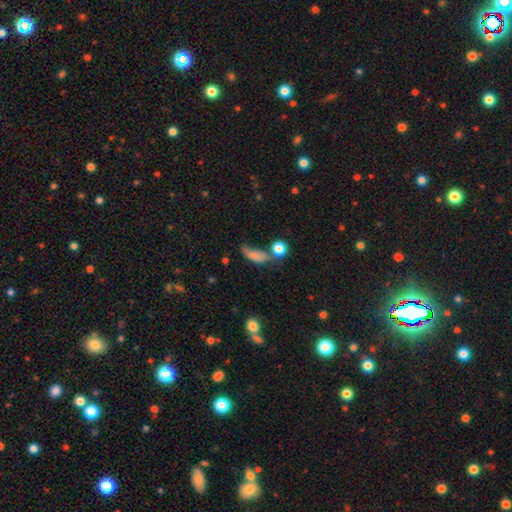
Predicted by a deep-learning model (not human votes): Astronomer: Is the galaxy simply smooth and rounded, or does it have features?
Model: smooth — 71%.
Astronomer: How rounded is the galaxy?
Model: in between — 68%.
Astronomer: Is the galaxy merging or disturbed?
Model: none — 29% (runner-up: major disturbance, 27%).